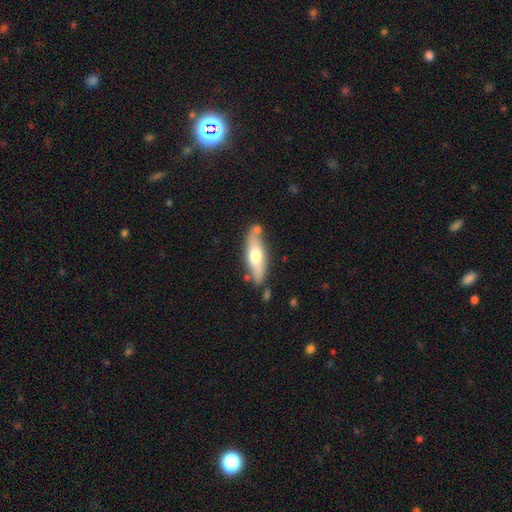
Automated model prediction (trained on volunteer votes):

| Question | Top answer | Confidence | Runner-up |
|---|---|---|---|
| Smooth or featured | smooth | 54% | featured or disk (41%) |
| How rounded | cigar-shaped | 52% | in between (46%) |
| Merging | none | 69% | minor disturbance (17%) |